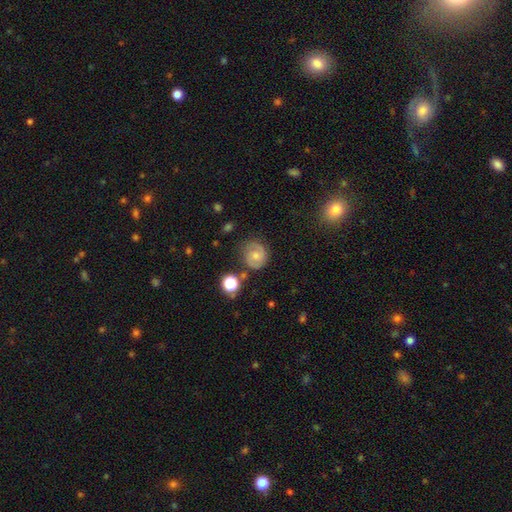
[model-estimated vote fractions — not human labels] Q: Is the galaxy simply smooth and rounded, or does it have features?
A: featured or disk — 58%.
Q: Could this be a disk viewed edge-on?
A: no — 98%.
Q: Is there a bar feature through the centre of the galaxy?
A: no — 60%.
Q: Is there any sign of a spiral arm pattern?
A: yes — 89%.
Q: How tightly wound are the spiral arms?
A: tight — 47%.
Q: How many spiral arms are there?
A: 2 — 77%.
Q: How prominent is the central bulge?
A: moderate — 46%.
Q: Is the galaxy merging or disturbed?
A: none — 74%.